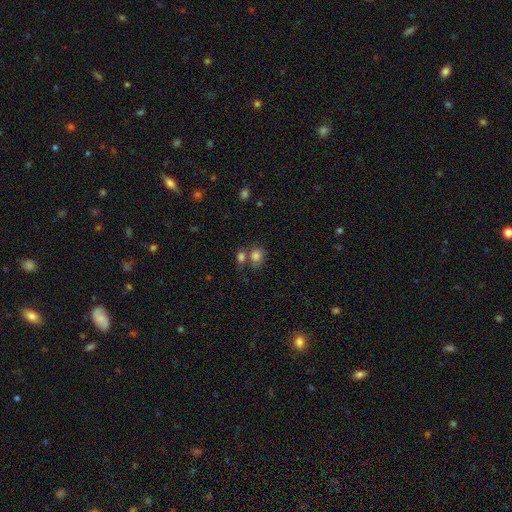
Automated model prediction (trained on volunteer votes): A smooth galaxy with no disk features (80%) that is round (68%). Merging: none (44%).